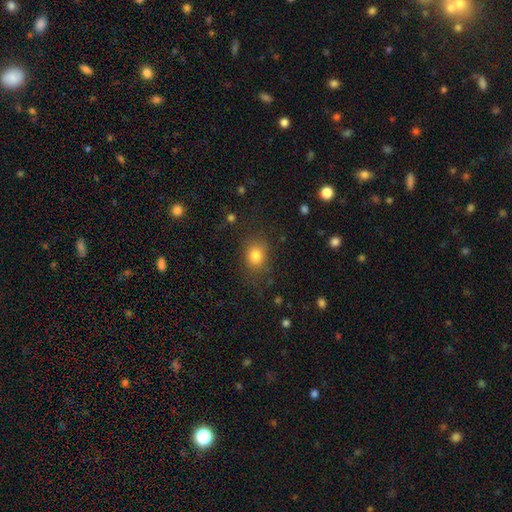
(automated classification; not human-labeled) This is clearly a smooth galaxy (81%). How rounded: possibly round (53%). Merging: likely none (77%).